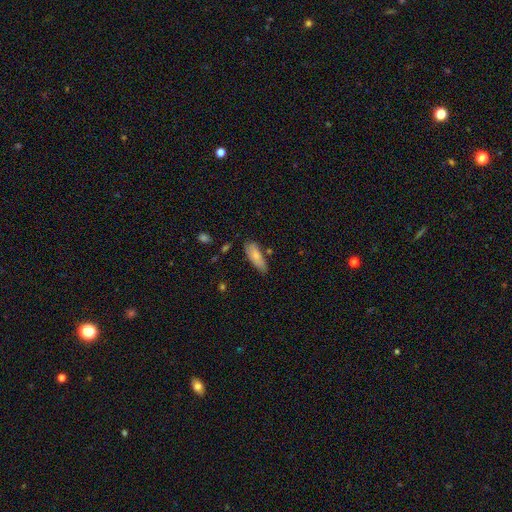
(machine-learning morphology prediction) smooth-or-featured: smooth: 78% | featured or disk: 16% | star or artifact: 6%
  how-rounded: in between: 65% | cigar-shaped: 33% | round: 2%
  merging: none: 68% | minor disturbance: 23% | merger: 5% | major disturbance: 4%